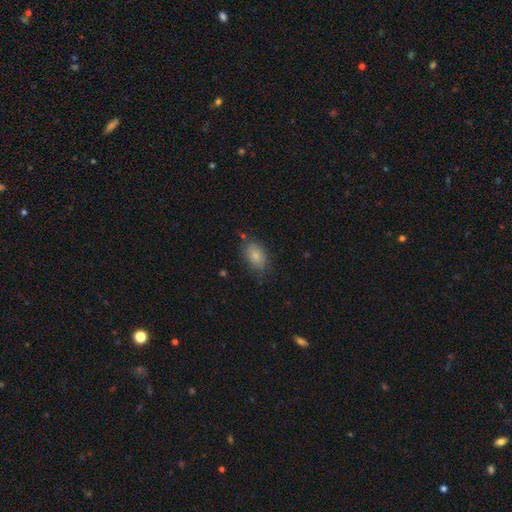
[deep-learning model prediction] A smooth galaxy with no disk features (79%) that is in between round and cigar-shaped (88%).

Vote fractions:
- Smooth or featured? smooth: 79% / featured or disk: 13% / star or artifact: 8%
- How rounded? in between: 88% / round: 10% / cigar-shaped: 2%
- Merging? none: 73% / minor disturbance: 19% / major disturbance: 5% / merger: 3%